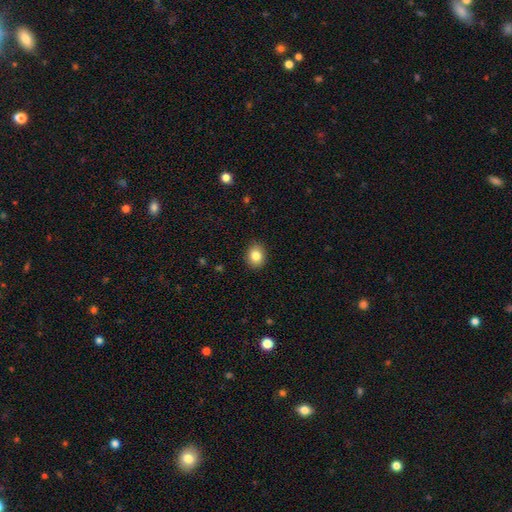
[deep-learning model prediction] A smooth galaxy with no disk features (83%) that is round (60%). Merging: none (89%).